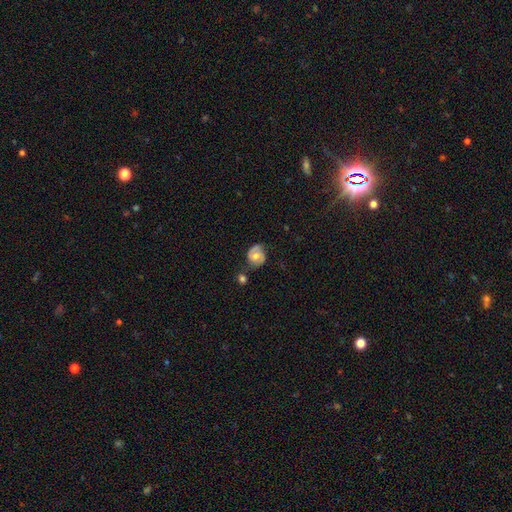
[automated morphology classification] A featured or disk galaxy (56%) with no bar (73%), spiral arms (81%) and a moderate central bulge (72%).

Vote fractions:
- Smooth or featured? featured or disk: 56% / smooth: 36% / star or artifact: 8%
- Edge-on disk? no: 97% / yes: 3%
- Bar? no: 73% / weak: 23% / strong: 5%
- Spiral arms? yes: 81% / no: 19%
- Bulge size? moderate: 72% / small: 21% / large: 5% / none: 2% / dominant: 1%
- Merging? none: 61% / minor disturbance: 24% / major disturbance: 8% / merger: 7%